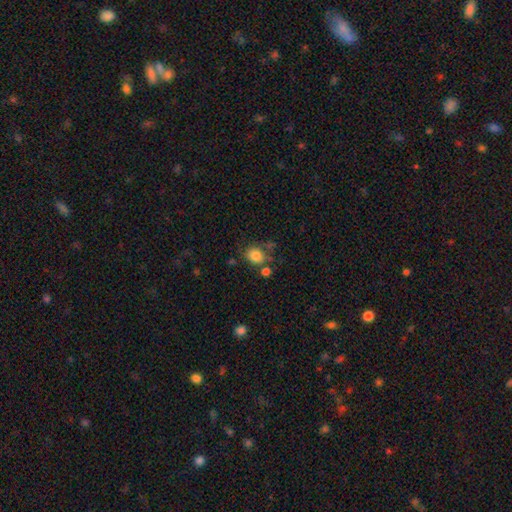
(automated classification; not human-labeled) Overall: smooth (81%). How rounded: round (64%; in between 35%). Merging: none (67%).